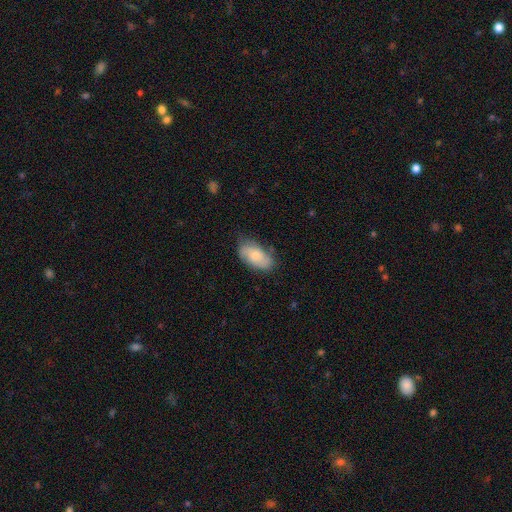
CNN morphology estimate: A smooth galaxy with no disk features (65%) that is in between round and cigar-shaped (92%). Merging: none (66%).